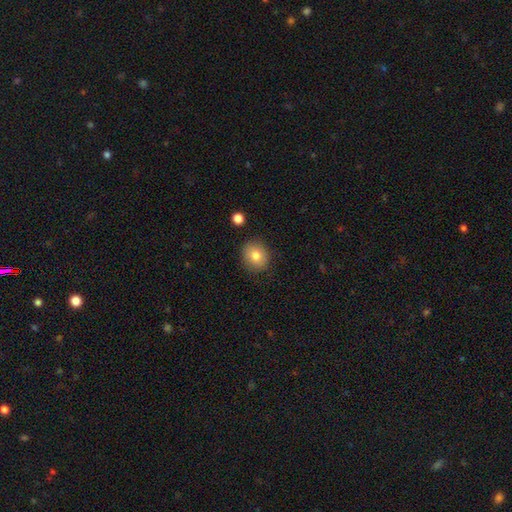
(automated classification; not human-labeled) A smooth galaxy with no disk features (80%) that is round (79%).

Vote fractions:
- Smooth or featured? smooth: 80% / featured or disk: 10% / star or artifact: 10%
- How rounded? round: 79% / in between: 21% / cigar-shaped: 1%
- Merging? none: 87% / minor disturbance: 9% / major disturbance: 2% / merger: 2%